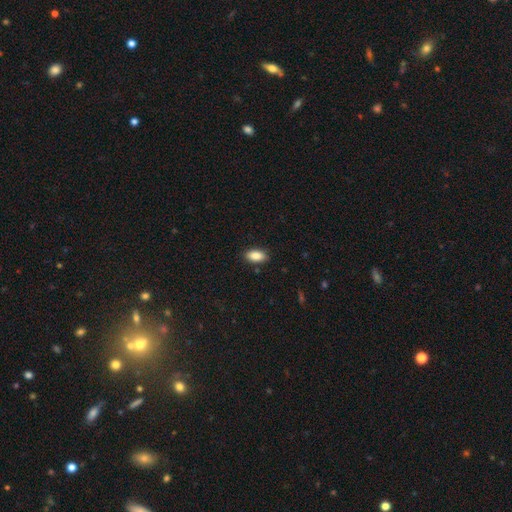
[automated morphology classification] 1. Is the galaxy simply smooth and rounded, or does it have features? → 87% smooth, 7% star or artifact, 5% featured or disk.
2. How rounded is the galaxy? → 91% in between, 5% cigar-shaped, 4% round.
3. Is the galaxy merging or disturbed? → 87% none, 10% minor disturbance, 2% major disturbance, 1% merger.